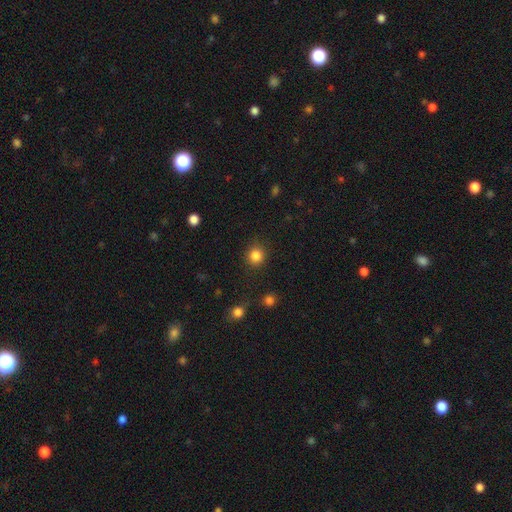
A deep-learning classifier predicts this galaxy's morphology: A smooth galaxy with no disk features (85%) that is round (91%).

Vote fractions:
- Smooth or featured? smooth: 85% / star or artifact: 11% / featured or disk: 4%
- How rounded? round: 91% / in between: 8% / cigar-shaped: 1%
- Merging? none: 88% / minor disturbance: 7% / major disturbance: 3% / merger: 2%